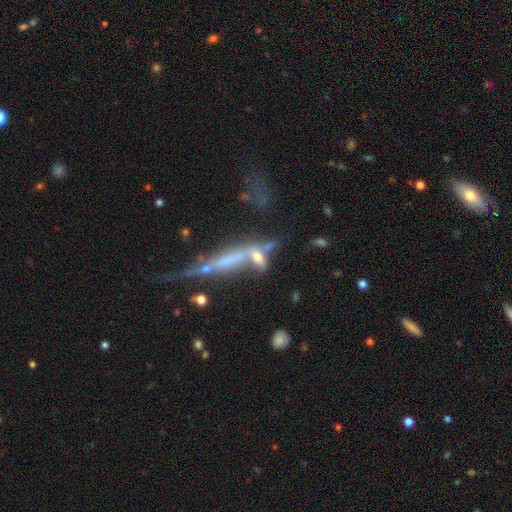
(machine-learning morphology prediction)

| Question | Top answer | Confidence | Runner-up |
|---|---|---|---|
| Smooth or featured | featured or disk | 50% | smooth (33%) |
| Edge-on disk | yes | 58% | no (42%) |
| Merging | merger | 42% | none (26%) |